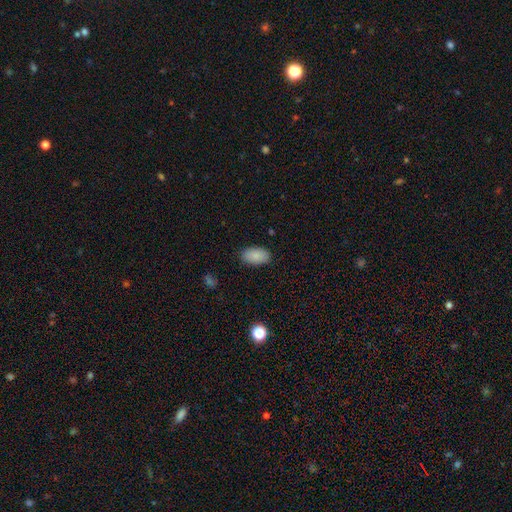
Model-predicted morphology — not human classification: Overall: smooth (87%). How rounded: in between (94%). Merging: none (86%).